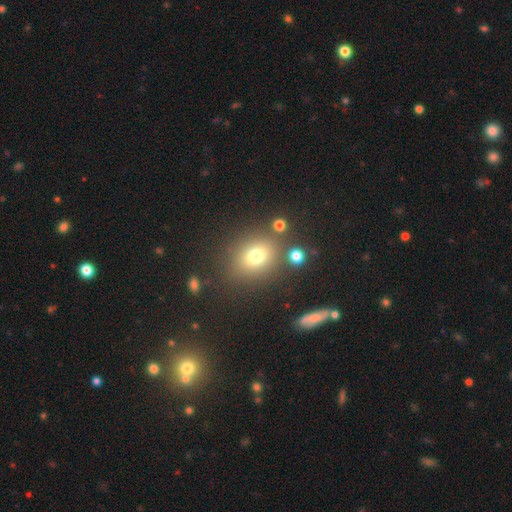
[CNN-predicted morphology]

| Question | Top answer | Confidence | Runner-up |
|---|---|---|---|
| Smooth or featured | smooth | 74% | star or artifact (15%) |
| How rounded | round | 57% | in between (41%) |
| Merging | none | 78% | minor disturbance (11%) |